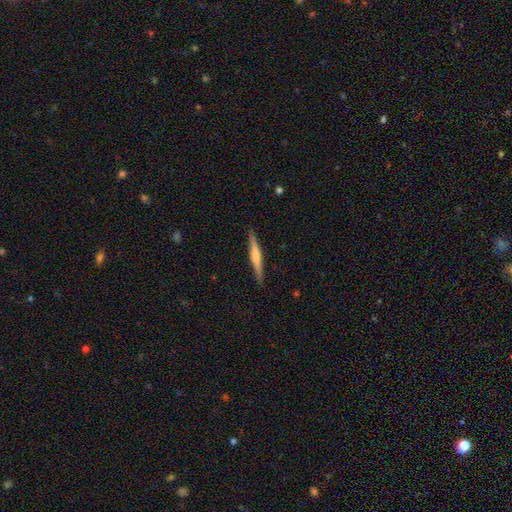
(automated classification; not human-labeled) featured or disk 57%, smooth 37%, star or artifact 6%. Down the decision tree: edge-on disk — yes (98%); edge-on bulge — rounded (52%); merging — none (90%).